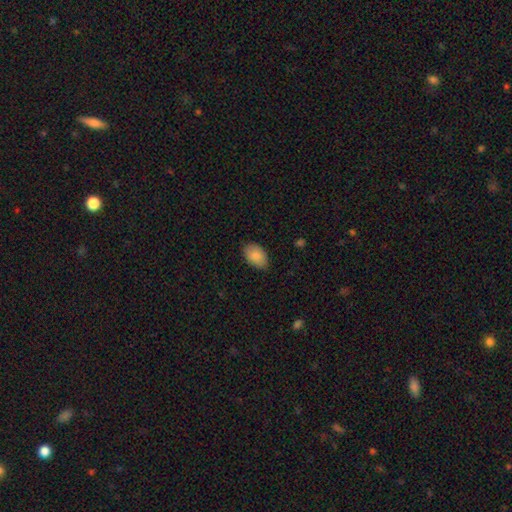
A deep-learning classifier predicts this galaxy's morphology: This appears to be a smooth galaxy with no disk features (86%) that is in between round and cigar-shaped (90%). Merging: none (84%).